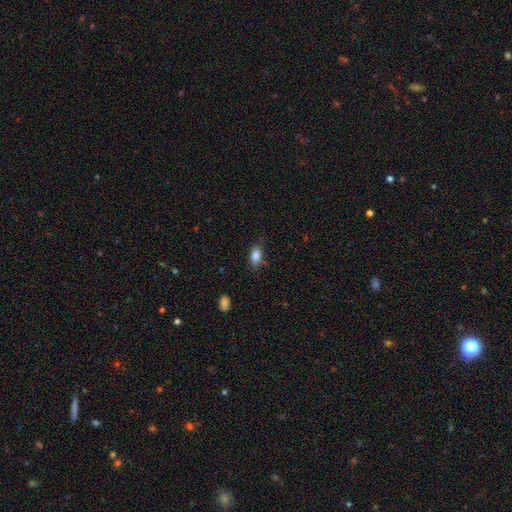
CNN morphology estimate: smooth 86%, star or artifact 8%, featured or disk 6%. Down the decision tree: how rounded — in between (88%); merging — none (76%).